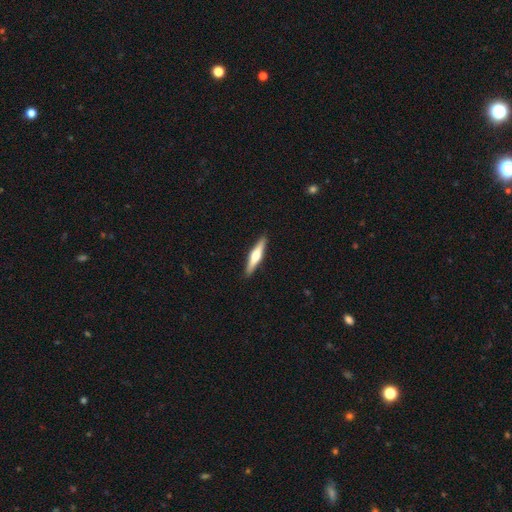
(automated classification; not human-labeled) Smooth or featured? featured or disk (57%)
Edge-on disk? yes (97%)
Edge-on bulge? rounded (89%)
Merging? none (91%)